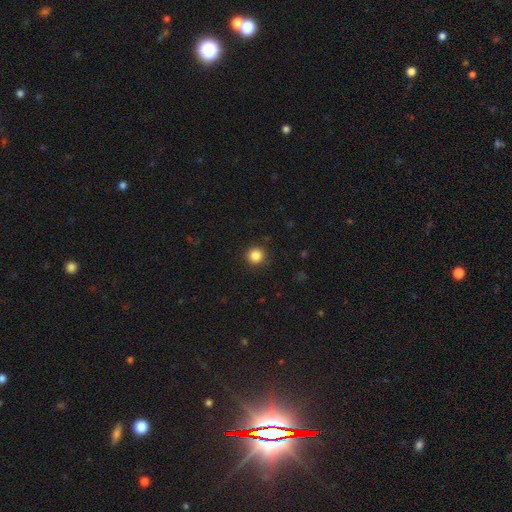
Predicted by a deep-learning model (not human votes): Overall: smooth (86%). How rounded: round (95%). Merging: none (91%).